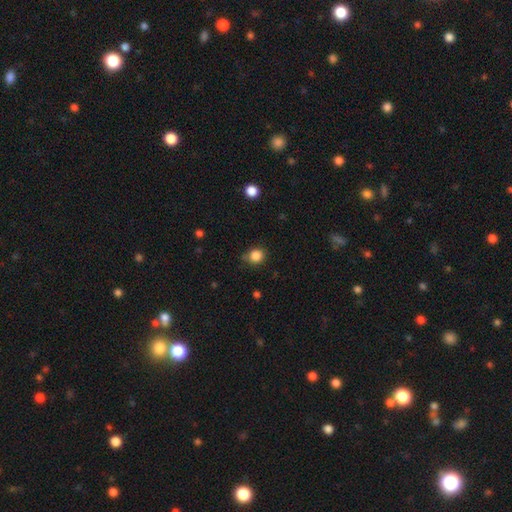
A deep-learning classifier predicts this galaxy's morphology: Smooth or featured: smooth — 85% (star or artifact — 11%)
How rounded: round — 85% (in between — 14%)
Merging: none — 79% (minor disturbance — 14%)